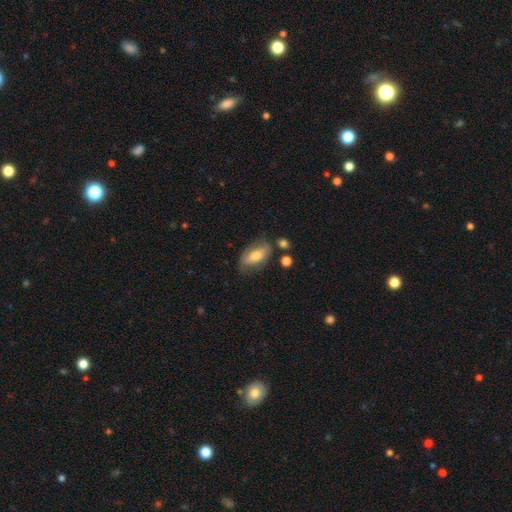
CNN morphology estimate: A smooth galaxy with no disk features (60%) that is in between round and cigar-shaped (87%). Merging: none (63%).